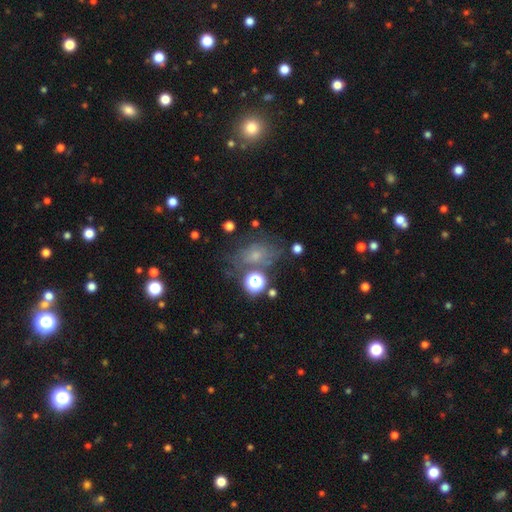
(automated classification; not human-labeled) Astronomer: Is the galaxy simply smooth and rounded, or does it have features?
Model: smooth — 43% (runner-up: featured or disk, 30%).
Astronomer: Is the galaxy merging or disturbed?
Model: none — 53%.